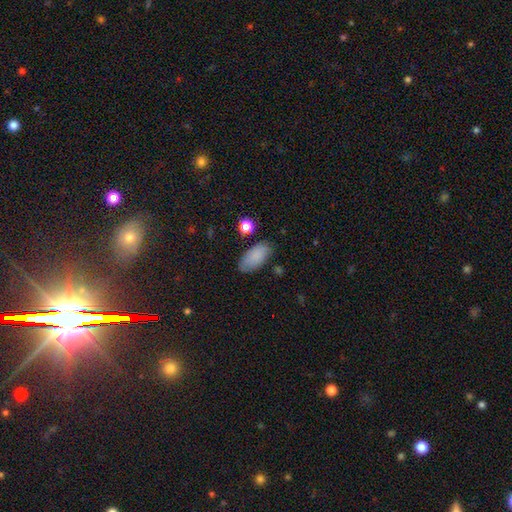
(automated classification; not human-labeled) This is clearly a smooth galaxy (85%). How rounded: clearly in between (92%). Merging: likely none (78%).